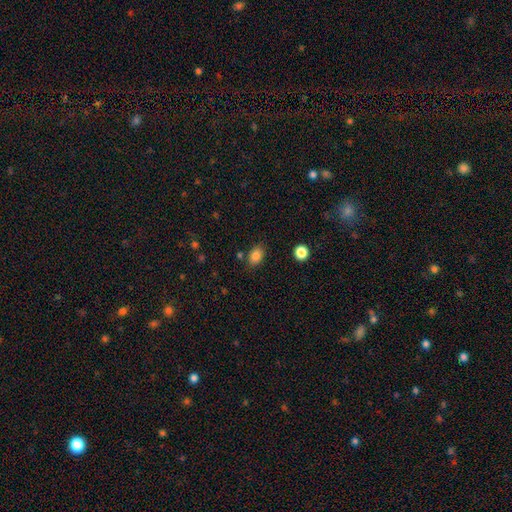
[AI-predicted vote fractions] Smooth or featured? smooth (85%)
How rounded? in between (77%)
Merging? none (79%)